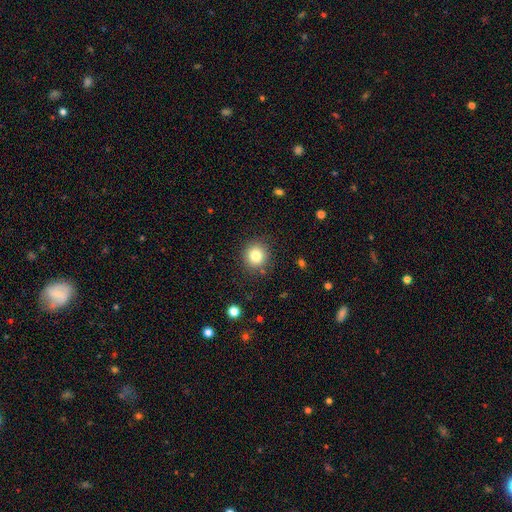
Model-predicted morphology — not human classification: The model was most divided on "smooth or featured": smooth: 81%, star or artifact: 11%, featured or disk: 8%. More confident: how rounded — round (91%); merging — none (87%).